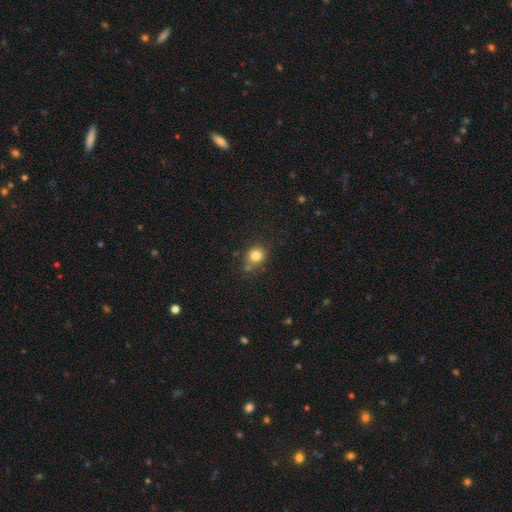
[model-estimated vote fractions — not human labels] Smooth or featured?
  - smooth: 82% *
  - star or artifact: 12%
  - featured or disk: 7%
How rounded?
  - round: 77% *
  - in between: 22%
  - cigar-shaped: 1%
Merging?
  - none: 69% *
  - minor disturbance: 18%
  - merger: 8%
  - major disturbance: 5%